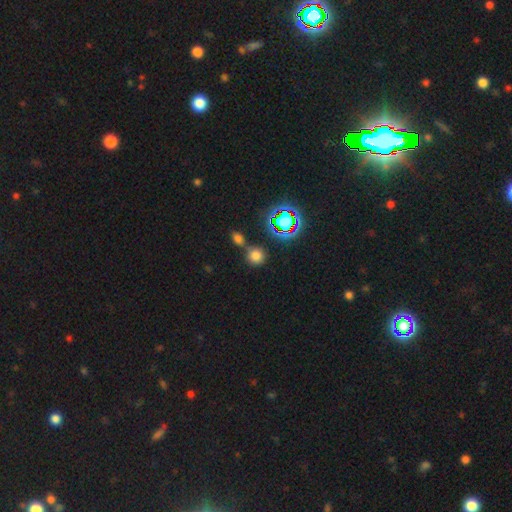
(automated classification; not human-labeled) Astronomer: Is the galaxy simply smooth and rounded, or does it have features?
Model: smooth — 69%.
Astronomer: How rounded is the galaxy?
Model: round — 88%.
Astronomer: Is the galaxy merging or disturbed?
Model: none — 65%.